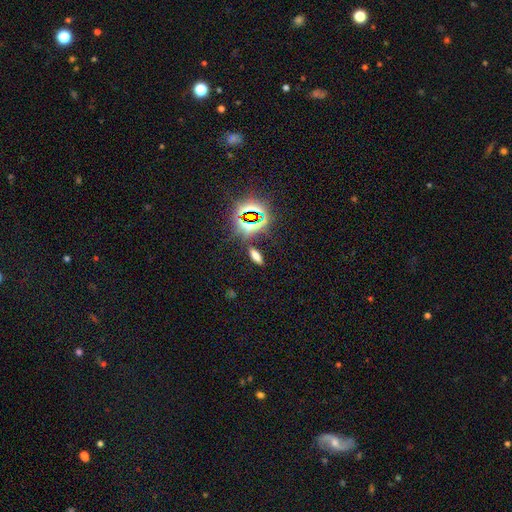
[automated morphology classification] Overall: smooth (60%; star or artifact 30%). How rounded: in between (60%; cigar-shaped 35%). Merging: none (84%).